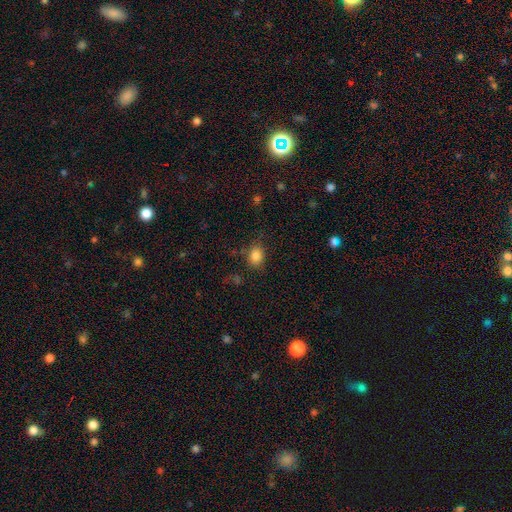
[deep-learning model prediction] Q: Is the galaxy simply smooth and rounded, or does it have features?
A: smooth — 84%.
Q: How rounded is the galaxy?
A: in between — 61%.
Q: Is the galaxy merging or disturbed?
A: none — 74%.